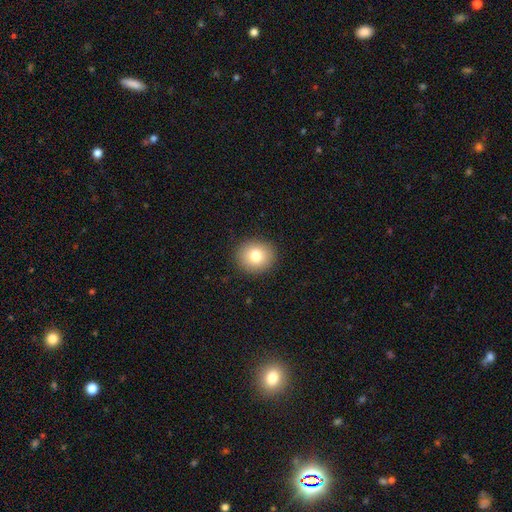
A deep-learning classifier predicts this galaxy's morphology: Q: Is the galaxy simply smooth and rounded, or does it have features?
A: smooth — 78%.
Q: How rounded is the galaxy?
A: round — 85%.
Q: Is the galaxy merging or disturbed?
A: none — 91%.